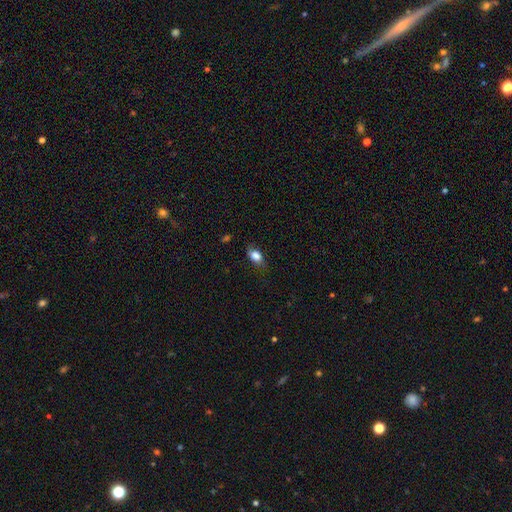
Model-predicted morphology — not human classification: Smooth or featured?
  - smooth: 81% *
  - featured or disk: 11%
  - star or artifact: 8%
How rounded?
  - in between: 84% *
  - round: 10%
  - cigar-shaped: 6%
Merging?
  - none: 69% *
  - minor disturbance: 23%
  - major disturbance: 6%
  - merger: 1%